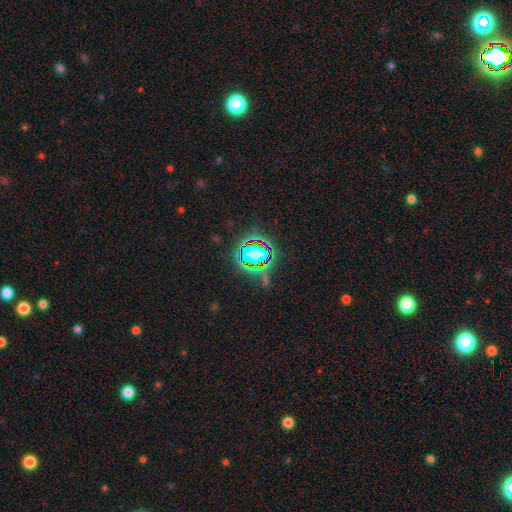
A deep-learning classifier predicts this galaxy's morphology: This appears to be a star or artifact, not a galaxy (59%).